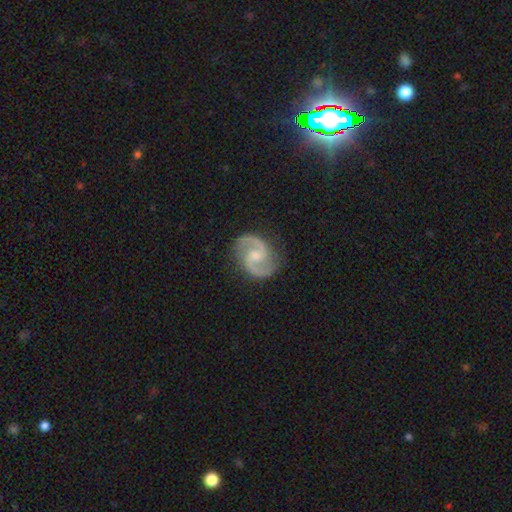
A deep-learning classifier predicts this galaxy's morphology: Overall: featured or disk (92%). Edge-on disk: no (98%). Bar: weak (48%; no 42%). Spiral arms: yes (98%). Spiral arm count: 2 (95%). Spiral winding: medium (65%). Bulge size: moderate (46%; small 41%). Merging: none (85%).